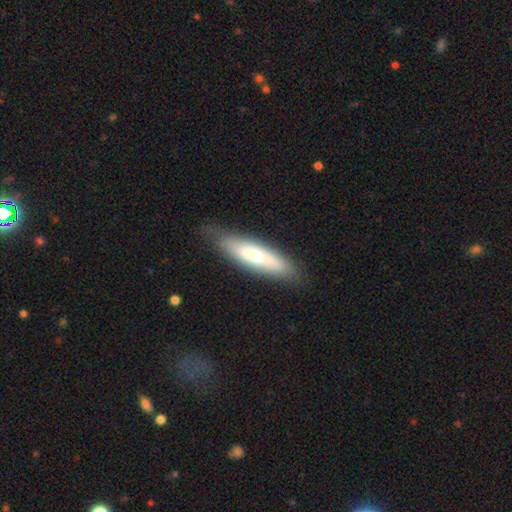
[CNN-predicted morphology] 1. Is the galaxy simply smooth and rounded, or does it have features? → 53% smooth, 40% featured or disk, 7% star or artifact.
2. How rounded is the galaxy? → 73% cigar-shaped, 25% in between, 2% round.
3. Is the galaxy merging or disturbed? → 80% none, 15% minor disturbance, 3% major disturbance, 1% merger.